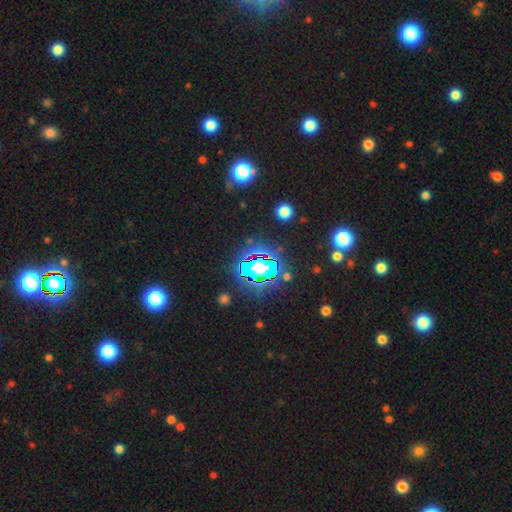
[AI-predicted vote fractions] The model was most divided on "smooth or featured": star or artifact: 83%, smooth: 11%, featured or disk: 7%.